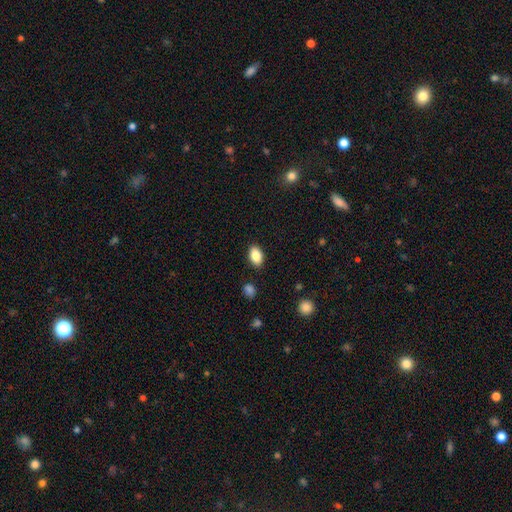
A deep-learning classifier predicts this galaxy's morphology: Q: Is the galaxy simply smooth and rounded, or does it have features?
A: smooth — 86%.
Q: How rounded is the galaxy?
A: in between — 89%.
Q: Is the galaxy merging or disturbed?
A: none — 88%.